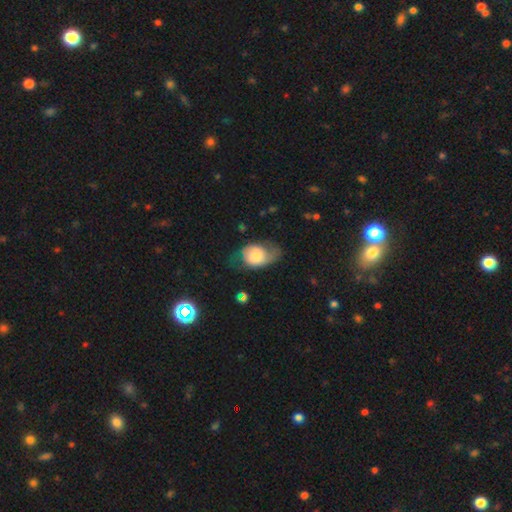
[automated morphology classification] Q: Smooth or featured?
A: smooth (53%); runner-up: featured or disk (39%)
Q: How rounded?
A: in between (72%); runner-up: round (27%)
Q: Merging?
A: none (36%); runner-up: minor disturbance (34%)